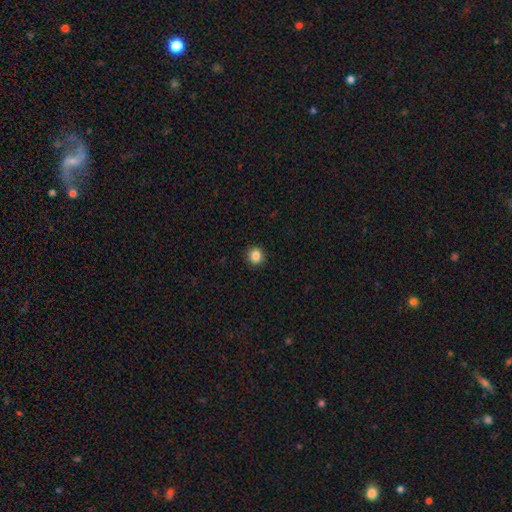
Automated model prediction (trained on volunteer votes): Morphology: type=smooth (85%); roundness=round (89%); merging=none (92%).